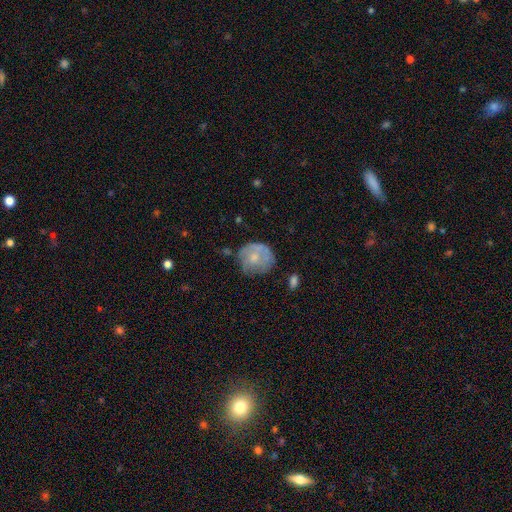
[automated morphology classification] Q: Smooth or featured?
A: smooth (53%); runner-up: featured or disk (39%)
Q: How rounded?
A: round (82%); runner-up: in between (17%)
Q: Merging?
A: none (55%); runner-up: minor disturbance (29%)